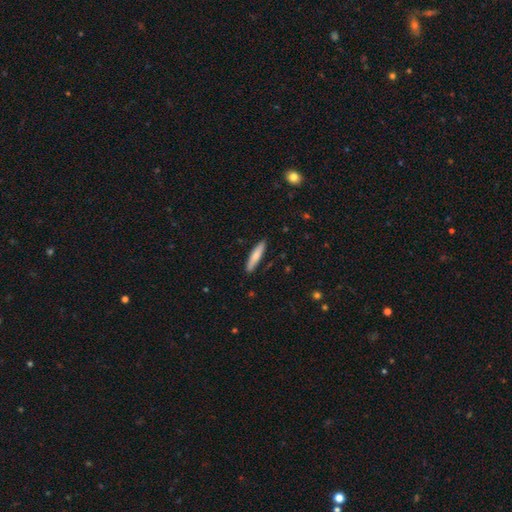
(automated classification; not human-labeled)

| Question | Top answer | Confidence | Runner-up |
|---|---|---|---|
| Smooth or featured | smooth | 75% | featured or disk (20%) |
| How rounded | cigar-shaped | 86% | in between (13%) |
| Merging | none | 88% | minor disturbance (9%) |